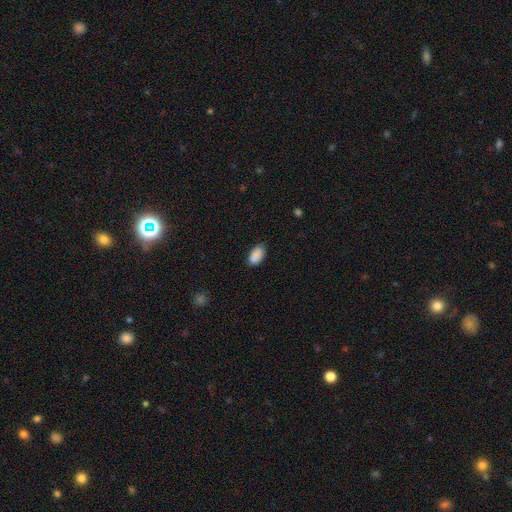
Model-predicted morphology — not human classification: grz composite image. It shows a smooth galaxy with no disk features (88%) that is in between round and cigar-shaped (93%). Merging: none (74%).